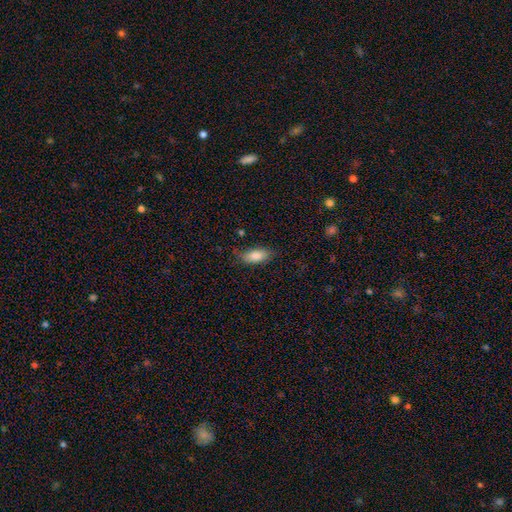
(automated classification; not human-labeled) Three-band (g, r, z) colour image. It shows a smooth galaxy with no disk features (83%) that is in between round and cigar-shaped (87%). Merging: none (76%).